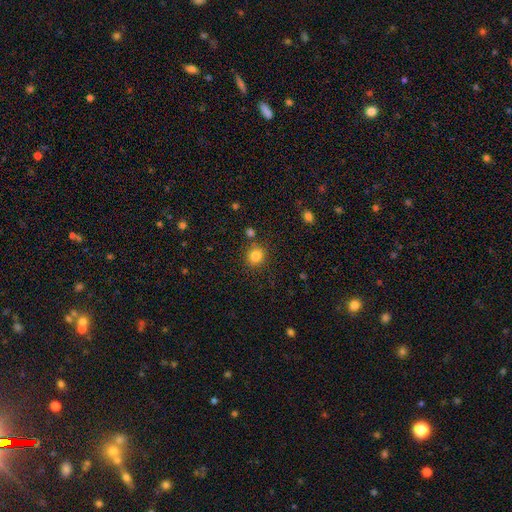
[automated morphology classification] A smooth galaxy with no disk features (83%) that is round (79%).

Vote fractions:
- Smooth or featured? smooth: 83% / star or artifact: 12% / featured or disk: 5%
- How rounded? round: 79% / in between: 20% / cigar-shaped: 1%
- Merging? none: 82% / minor disturbance: 9% / merger: 6% / major disturbance: 3%